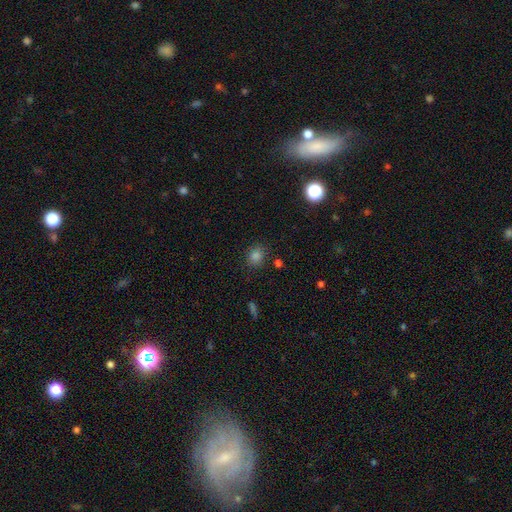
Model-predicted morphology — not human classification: smooth_or_featured: smooth (p=0.78) [alt: star or artifact p=0.17]
how_rounded: round (p=0.68) [alt: in between p=0.30]
merging: none (p=0.81) [alt: minor disturbance p=0.12]